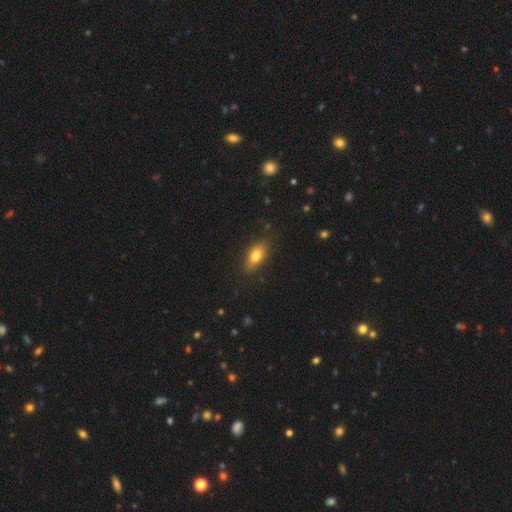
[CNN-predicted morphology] type=smooth (75%); roundness=in between (80%); merging=none (82%).